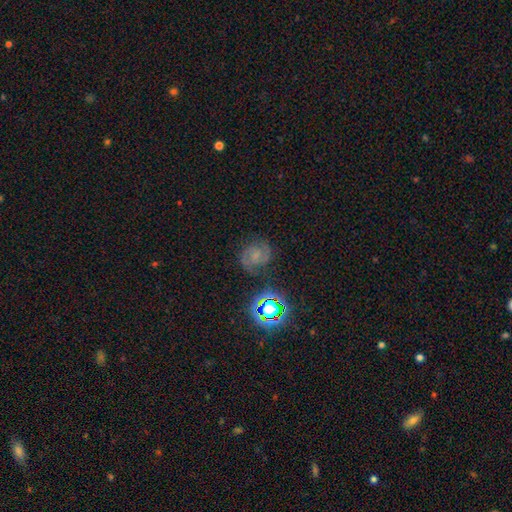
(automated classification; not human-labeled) Morphology: type=featured or disk (68%); edge-on=no (98%); bar=no (55%); spiral arms=yes (95%); winding=medium (47%); arm count=2 (81%); bulge=small (58%); merging=none (76%).